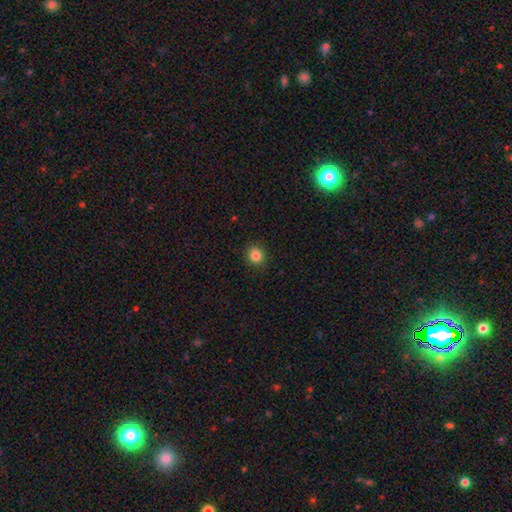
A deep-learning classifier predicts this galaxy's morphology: The model was most divided on "how rounded": round: 77%, in between: 22%, cigar-shaped: 1%. More confident: merging — none (90%); smooth or featured — smooth (85%).